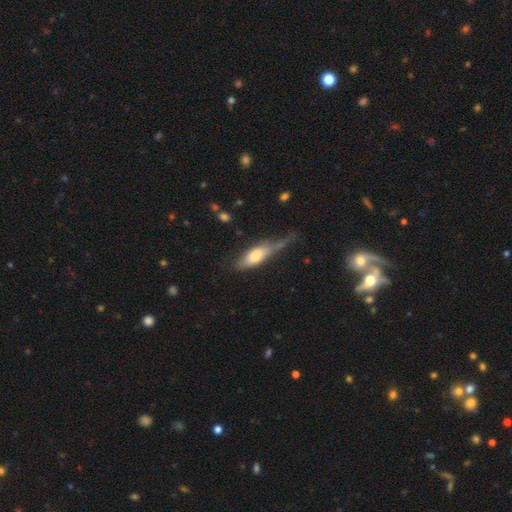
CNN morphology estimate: smooth-or-featured: smooth: 62% | featured or disk: 32% | star or artifact: 6%
  how-rounded: in between: 63% | cigar-shaped: 34% | round: 3%
  merging: minor disturbance: 34% (tied) | none: 34% (tied) | major disturbance: 26% | merger: 6%